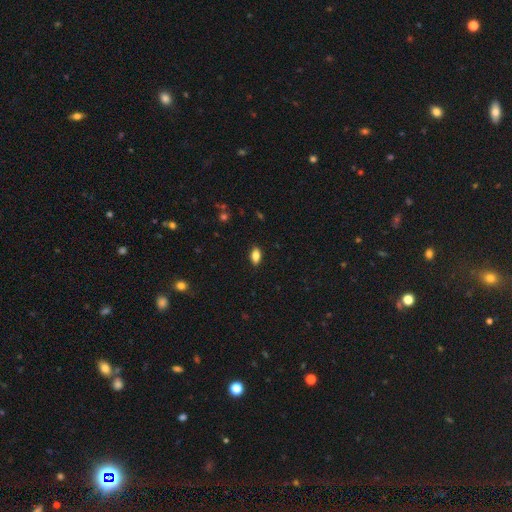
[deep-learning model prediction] smooth_or_featured: smooth (p=0.82) [alt: featured or disk p=0.09]
how_rounded: in between (p=0.89) [alt: cigar-shaped p=0.06]
merging: none (p=0.88) [alt: minor disturbance p=0.09]